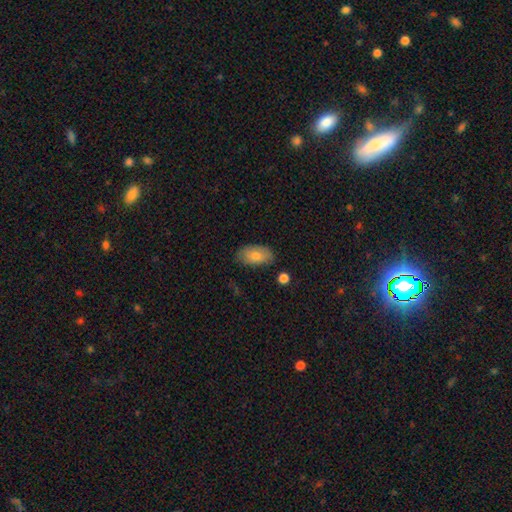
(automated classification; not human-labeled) Smooth or featured? Predicted: smooth (p=0.78). How rounded? Predicted: in between (p=0.93). Merging? Predicted: none (p=0.79).